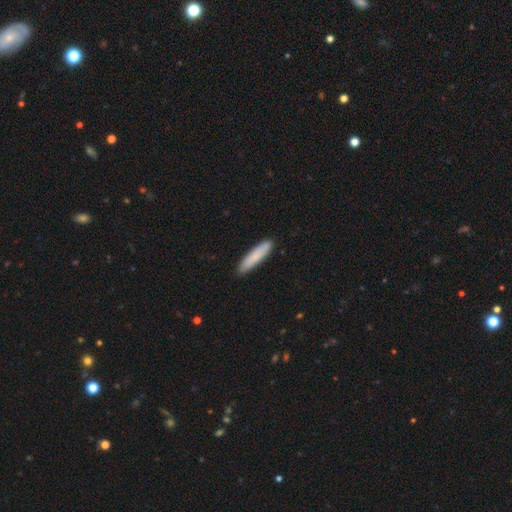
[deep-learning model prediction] Smooth or featured?
  - smooth: 83% *
  - featured or disk: 11%
  - star or artifact: 6%
How rounded?
  - cigar-shaped: 86% *
  - in between: 13%
  - round: 1%
Merging?
  - none: 89% *
  - minor disturbance: 8%
  - major disturbance: 1%
  - merger: 1%